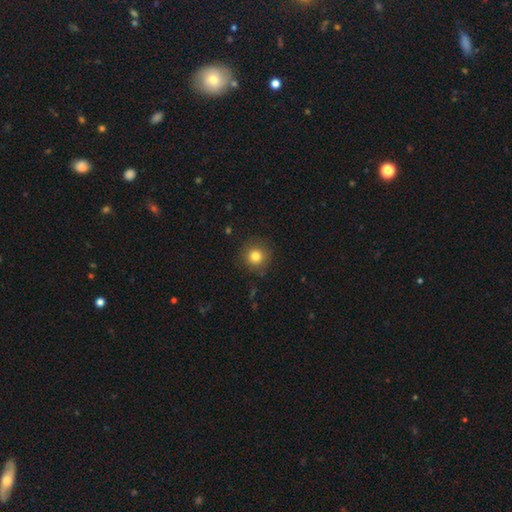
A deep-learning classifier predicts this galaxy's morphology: Smooth or featured?
  - smooth: 81% *
  - star or artifact: 12%
  - featured or disk: 7%
How rounded?
  - round: 94% *
  - in between: 5%
  - cigar-shaped: 1%
Merging?
  - none: 88% *
  - minor disturbance: 8%
  - major disturbance: 3%
  - merger: 1%